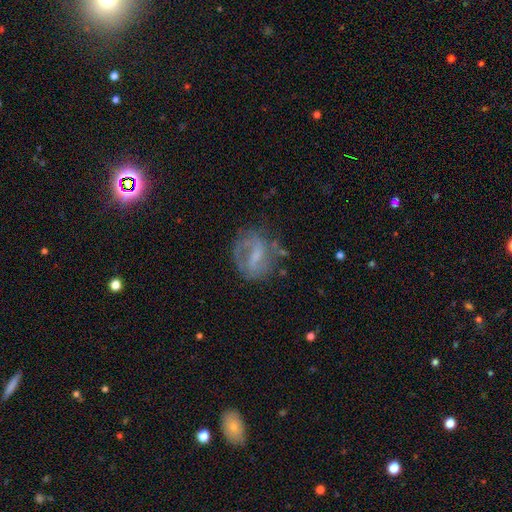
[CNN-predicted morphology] smooth-or-featured: featured or disk: 66% | smooth: 25% | star or artifact: 9%
  disk-edge-on: no: 96% | yes: 4%
    bar: weak: 48% | strong: 32% | no: 20%
    has-spiral-arms: yes: 73% | no: 27%
    bulge-size: small: 37% | none: 33% | moderate: 25% | large: 4% | dominant: 1%
  merging: none: 58% | minor disturbance: 22% | major disturbance: 16% | merger: 3%